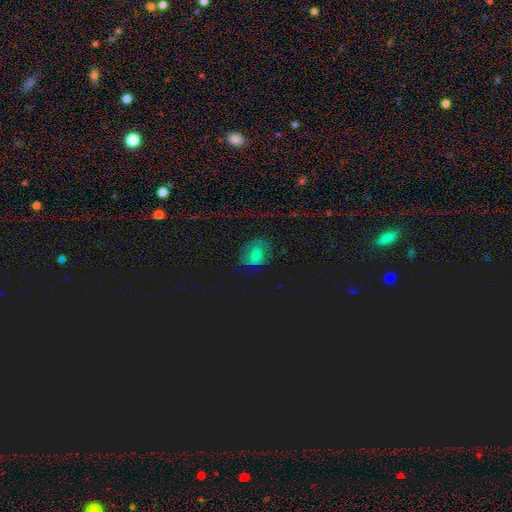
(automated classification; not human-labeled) This appears to be a star or artifact, not a galaxy (47%).